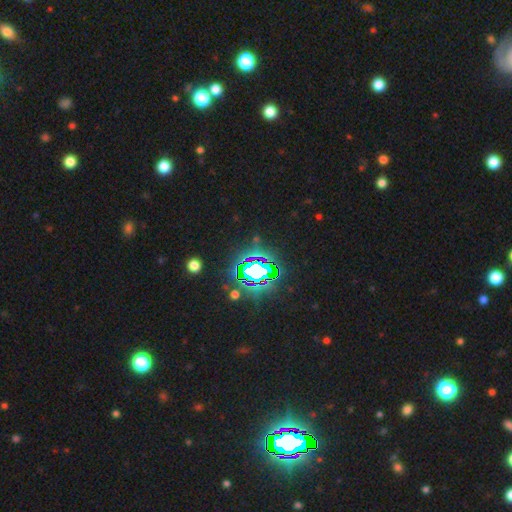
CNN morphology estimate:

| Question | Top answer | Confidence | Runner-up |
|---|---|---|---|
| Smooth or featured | star or artifact | 82% | smooth (11%) |